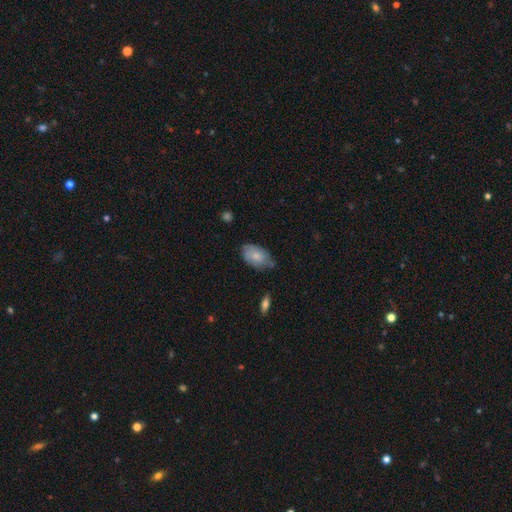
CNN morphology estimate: type=smooth (71%); roundness=in between (92%); merging=none (57%).